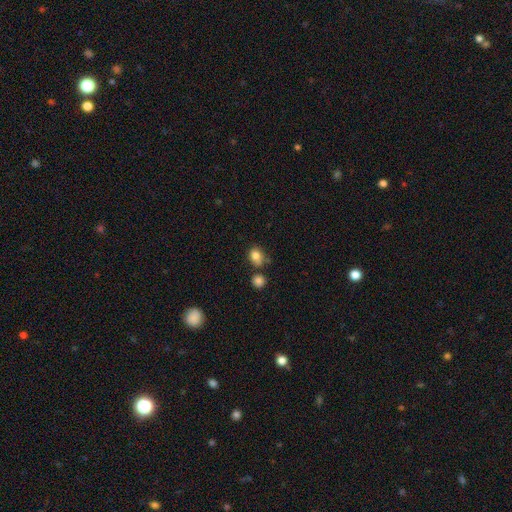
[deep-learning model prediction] smooth_or_featured: smooth (p=0.83) [alt: star or artifact p=0.10]
how_rounded: round (p=0.50) [alt: in between p=0.49]
merging: none (p=0.61) [alt: minor disturbance p=0.20]